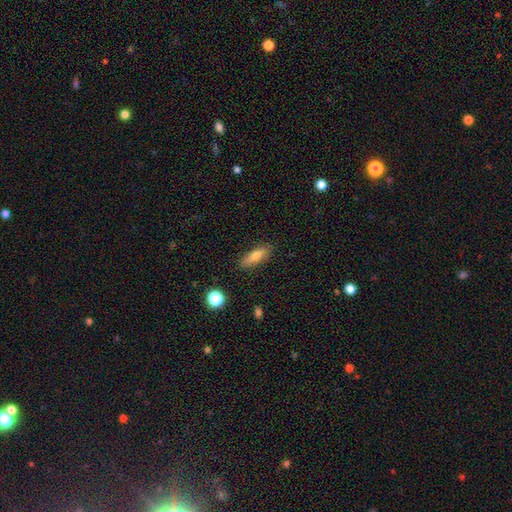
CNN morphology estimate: Smooth or featured?
  - smooth: 72% *
  - featured or disk: 20%
  - star or artifact: 8%
How rounded?
  - in between: 49% *
  - cigar-shaped: 48%
  - round: 3%
Merging?
  - none: 85% *
  - minor disturbance: 11%
  - major disturbance: 2%
  - merger: 2%